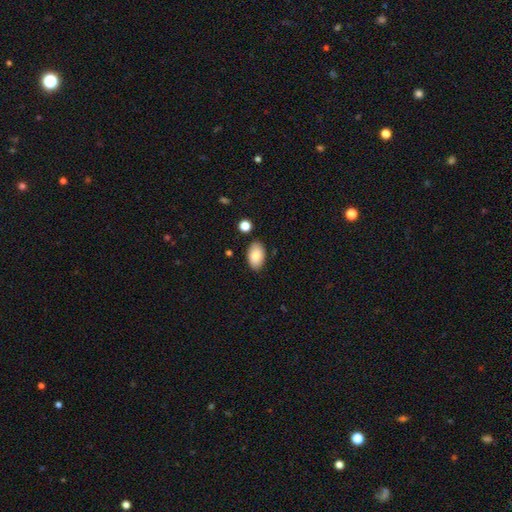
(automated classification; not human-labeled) smooth 84%, featured or disk 9%, star or artifact 7%. Down the decision tree: how rounded — in between (93%); merging — none (85%).